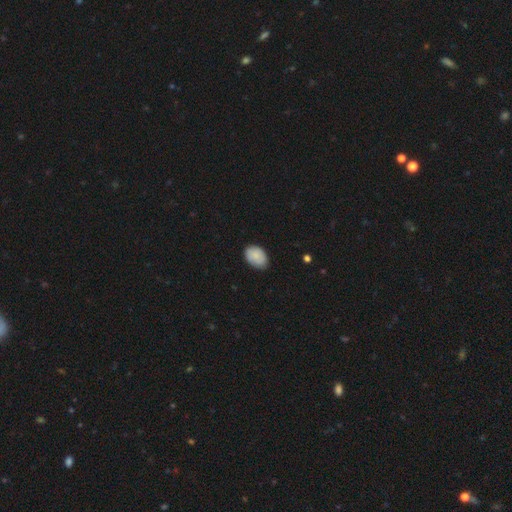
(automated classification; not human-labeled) This is clearly a smooth galaxy (85%). How rounded: clearly in between (83%). Merging: clearly none (81%).